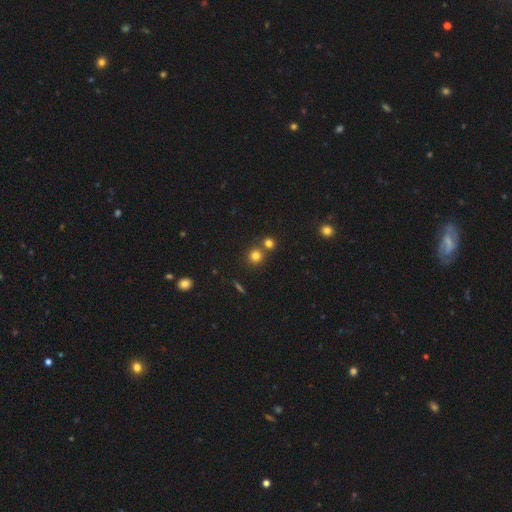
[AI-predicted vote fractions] Smooth or featured? smooth (77%)
How rounded? round (90%)
Merging? none (67%)